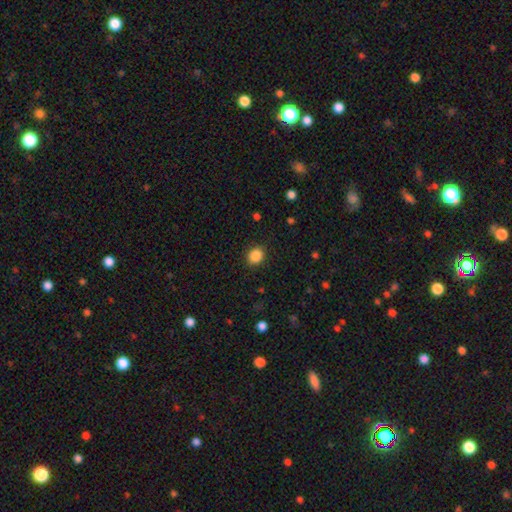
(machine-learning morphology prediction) This appears to be a smooth galaxy with no disk features (87%) that is round (71%). Merging: none (89%).